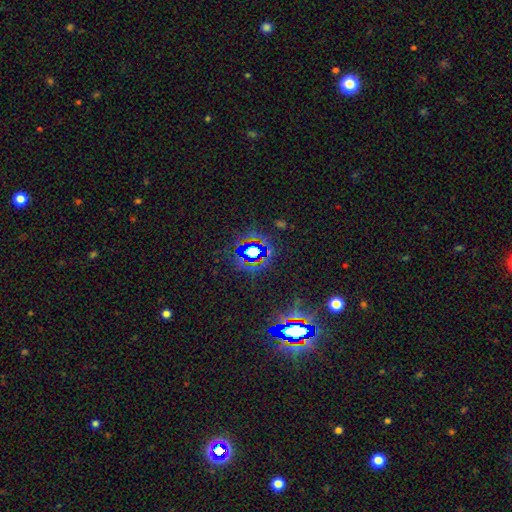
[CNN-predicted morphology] Smooth or featured?
  - star or artifact: 71% *
  - smooth: 16%
  - featured or disk: 13%